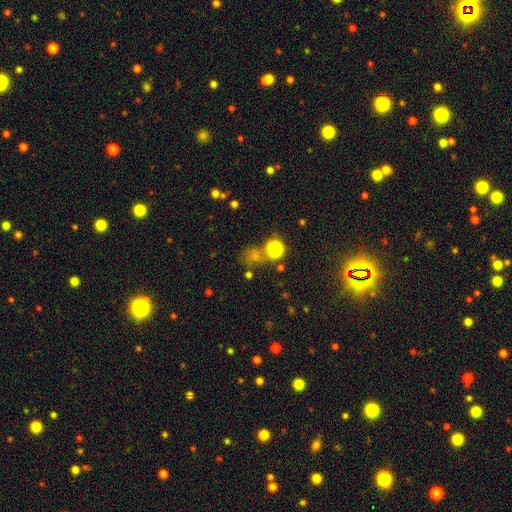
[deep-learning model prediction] smooth_or_featured: smooth (p=0.58) [alt: star or artifact p=0.33]
how_rounded: round (p=0.76) [alt: in between p=0.23]
merging: none (p=0.55) [alt: merger p=0.19]